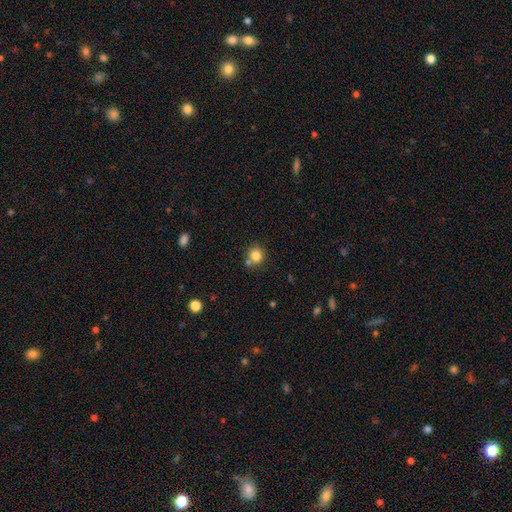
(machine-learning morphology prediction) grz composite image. It shows a smooth galaxy with no disk features (81%) that is round (88%). Merging: none (68%).